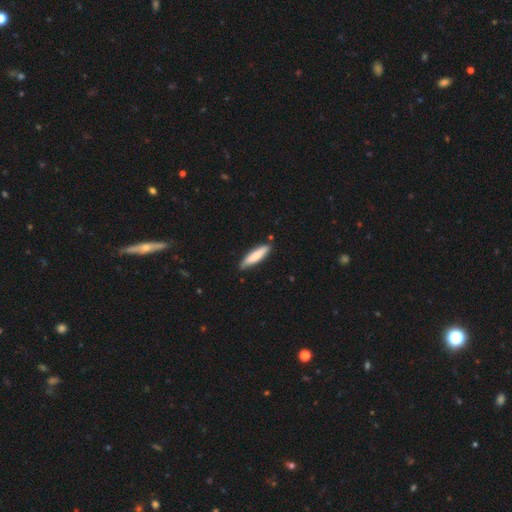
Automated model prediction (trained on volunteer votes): Smooth or featured? Predicted: smooth (p=0.78). How rounded? Predicted: cigar-shaped (p=0.78). Merging? Predicted: none (p=0.81).